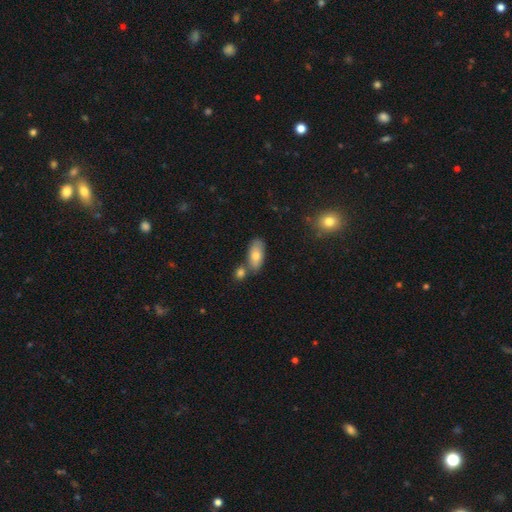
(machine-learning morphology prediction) Smooth or featured? smooth (76%)
How rounded? in between (87%)
Merging? none (61%)